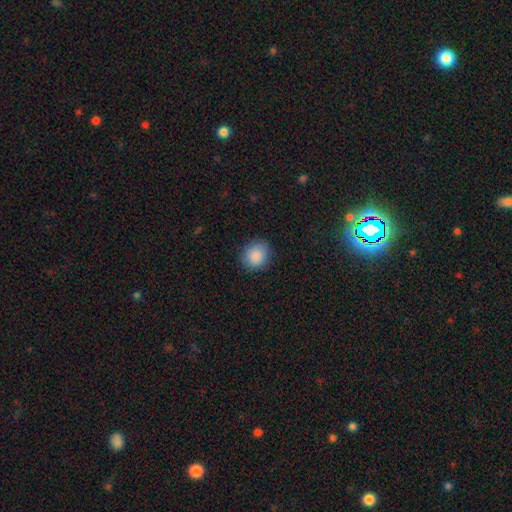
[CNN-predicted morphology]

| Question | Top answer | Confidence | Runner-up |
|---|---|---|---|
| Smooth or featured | smooth | 89% | star or artifact (8%) |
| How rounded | round | 80% | in between (20%) |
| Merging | none | 88% | minor disturbance (9%) |